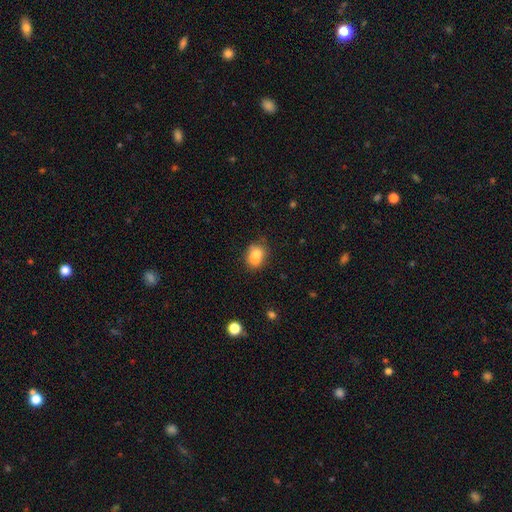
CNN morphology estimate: The model was most divided on "how rounded": in between: 55%, round: 43%, cigar-shaped: 1%. Remaining: smooth or featured — smooth (74%); merging — none (46%).